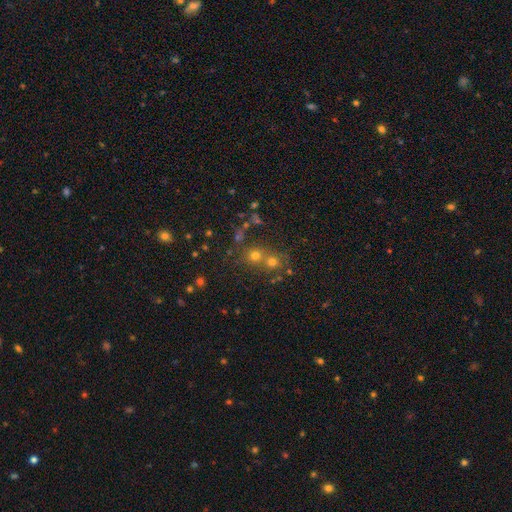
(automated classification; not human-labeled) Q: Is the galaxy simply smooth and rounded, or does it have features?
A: smooth — 56%.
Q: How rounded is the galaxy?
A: round — 86%.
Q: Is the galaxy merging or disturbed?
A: none — 51%.